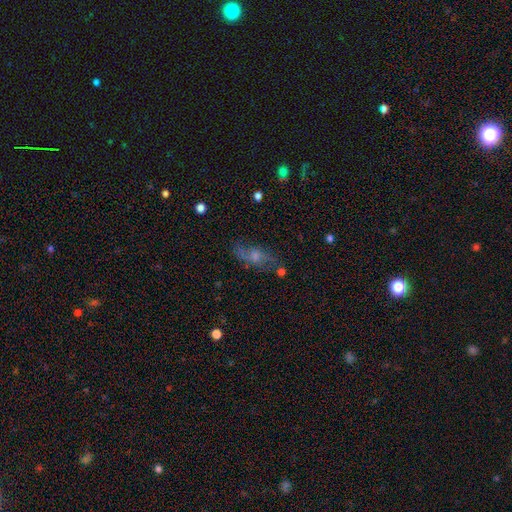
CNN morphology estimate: smooth_or_featured: featured or disk (p=0.51) [alt: smooth p=0.34]
disk_edge_on: no (p=0.74) [alt: yes p=0.26]
merging: none (p=0.67) [alt: minor disturbance p=0.20]